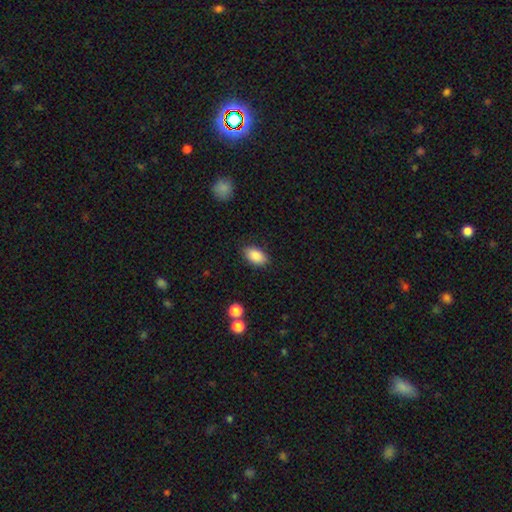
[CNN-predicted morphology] Smooth or featured? Predicted: smooth (p=0.88). How rounded? Predicted: in between (p=0.92). Merging? Predicted: none (p=0.84).